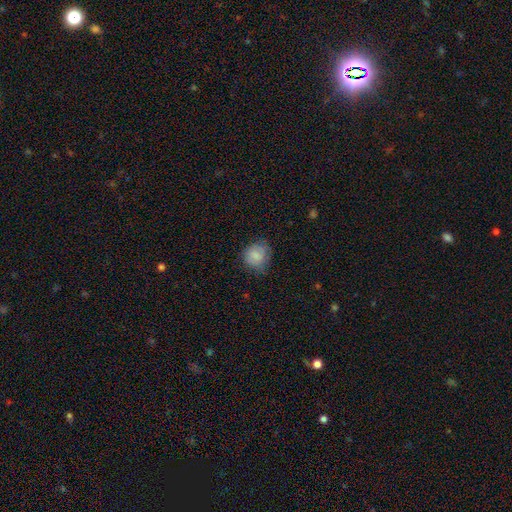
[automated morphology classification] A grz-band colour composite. It shows a smooth galaxy with no disk features (82%) that is round (75%). Merging: none (69%).